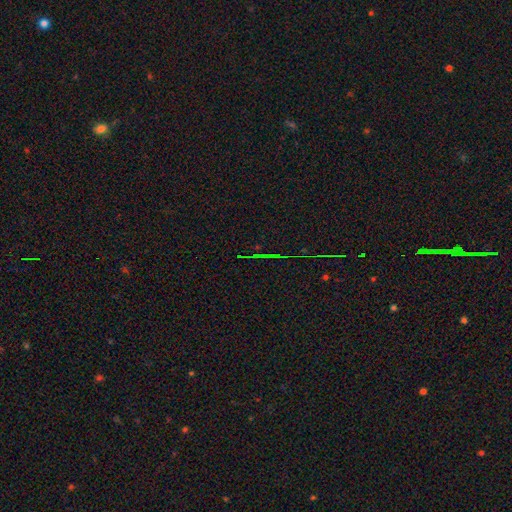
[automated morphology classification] Overall: star or artifact (78%).